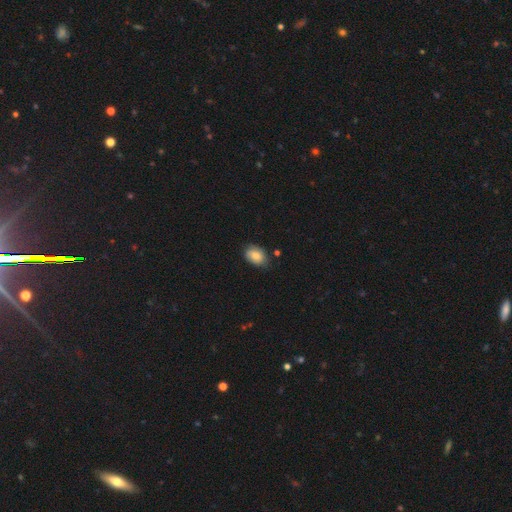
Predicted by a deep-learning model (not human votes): smooth_or_featured: smooth (p=0.79) [alt: featured or disk p=0.13]
how_rounded: in between (p=0.83) [alt: round p=0.16]
merging: none (p=0.72) [alt: minor disturbance p=0.22]